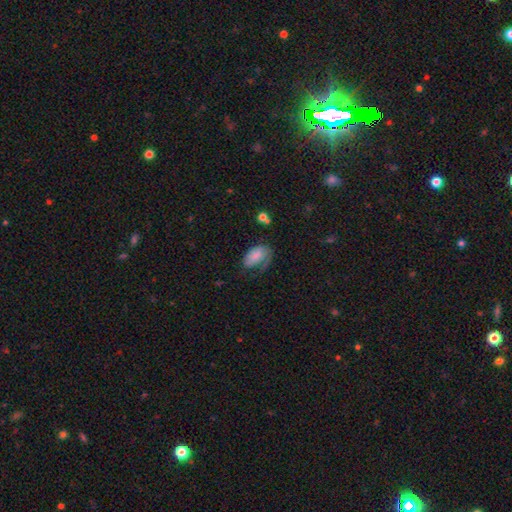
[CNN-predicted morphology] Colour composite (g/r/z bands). It shows a smooth galaxy with no disk features (62%) that is in between round and cigar-shaped (92%). Merging: none (37%).